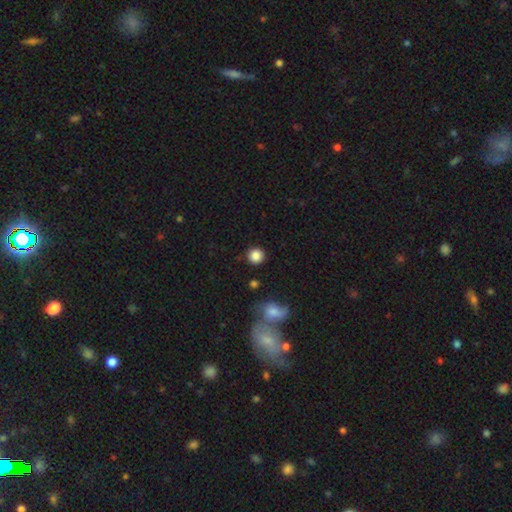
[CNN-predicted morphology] smooth-or-featured: smooth: 86% | star or artifact: 10% | featured or disk: 4%
  how-rounded: round: 93% | in between: 6% | cigar-shaped: 1%
  merging: none: 88% | minor disturbance: 7% | merger: 3% | major disturbance: 2%